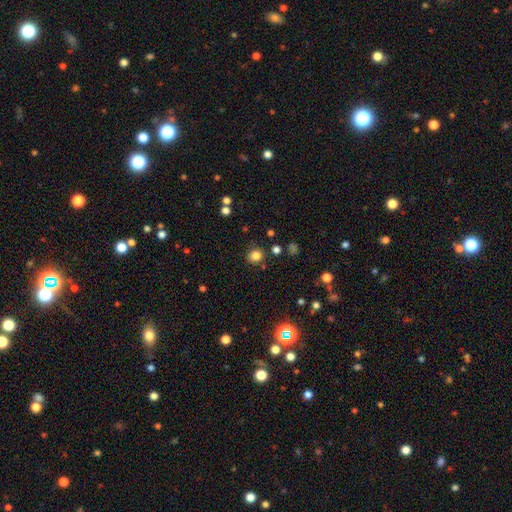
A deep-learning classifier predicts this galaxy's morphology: This is clearly a smooth galaxy (81%). How rounded: likely round (79%). Merging: clearly none (83%).